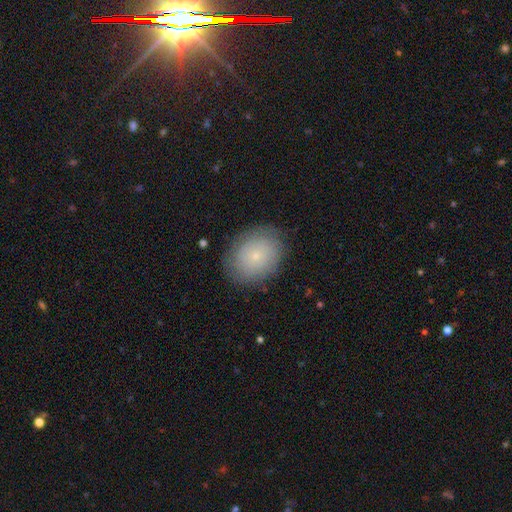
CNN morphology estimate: This is likely a smooth galaxy (71%). How rounded: possibly round (51%). Merging: clearly none (83%).